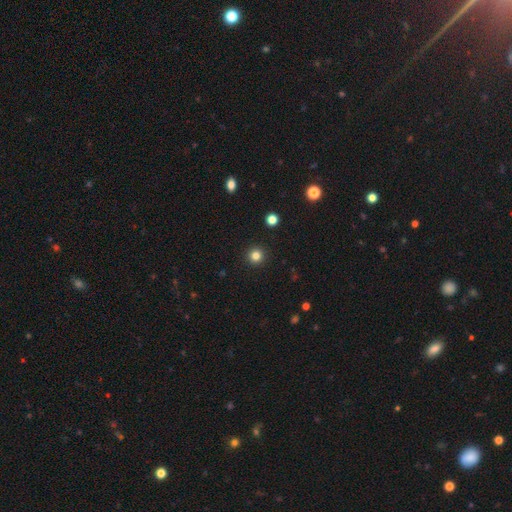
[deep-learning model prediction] Smooth or featured? Predicted: smooth (p=0.82). How rounded? Predicted: round (p=0.96). Merging? Predicted: none (p=0.93).